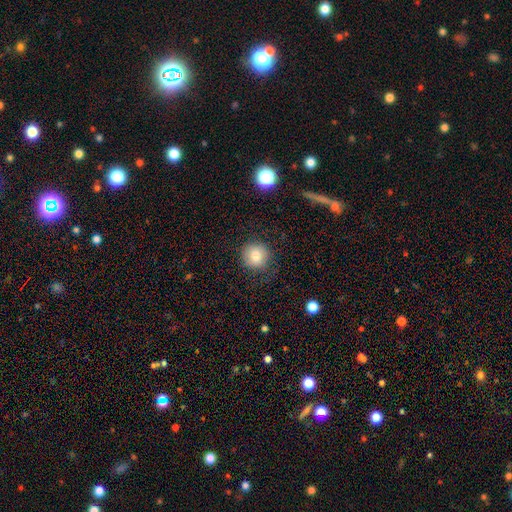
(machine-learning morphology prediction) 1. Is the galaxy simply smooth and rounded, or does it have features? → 81% smooth, 10% featured or disk, 9% star or artifact.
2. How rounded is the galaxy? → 90% round, 9% in between, 1% cigar-shaped.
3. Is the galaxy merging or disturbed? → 77% none, 15% minor disturbance, 6% major disturbance, 1% merger.